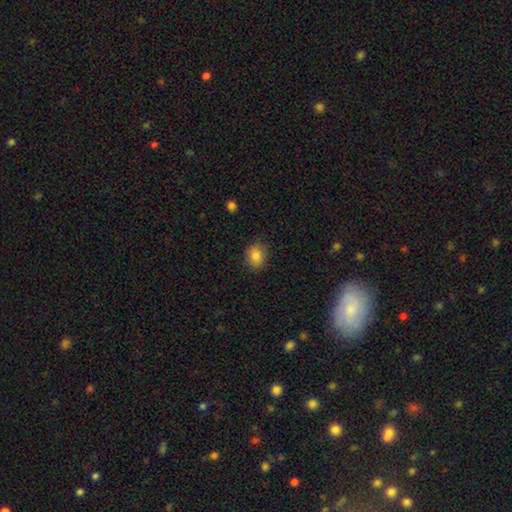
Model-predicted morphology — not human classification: Smooth or featured? smooth (84%)
How rounded? round (57%)
Merging? none (84%)